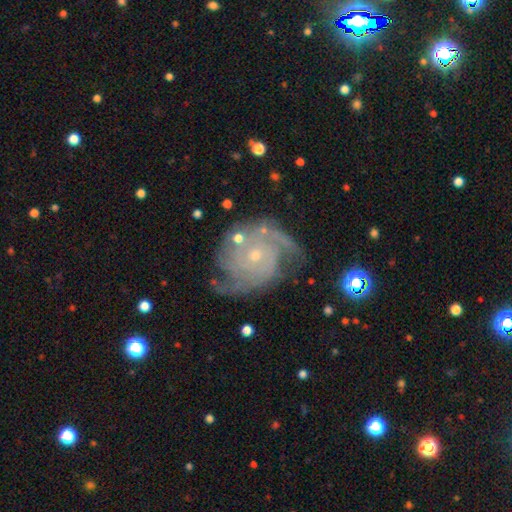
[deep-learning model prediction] Q: Smooth or featured?
A: featured or disk (89%); runner-up: star or artifact (6%)
Q: Edge-on disk?
A: no (98%); runner-up: yes (2%)
Q: Bar?
A: no (75%); runner-up: weak (20%)
Q: Spiral arms?
A: yes (97%); runner-up: no (3%)
Q: Spiral winding?
A: tight (57%); runner-up: medium (34%)
Q: Spiral arm count?
A: 2 (41%); runner-up: 3 (21%)
Q: Bulge size?
A: small (78%); runner-up: moderate (18%)
Q: Merging?
A: none (68%); runner-up: minor disturbance (19%)